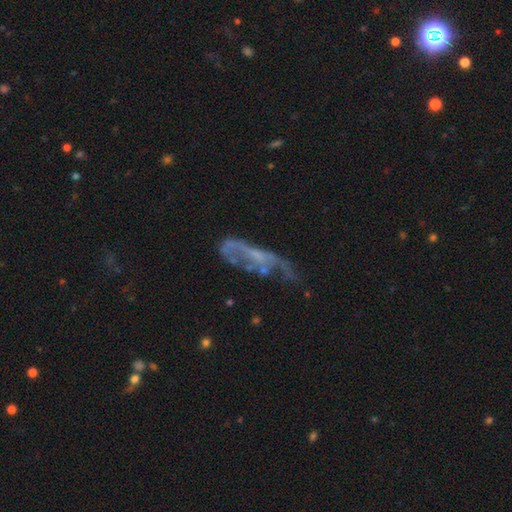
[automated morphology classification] A featured or disk galaxy (63%) with no bar (70%), no spiral arms (59%) and no central bulge (47%). Merging: none (34%, tied with major disturbance).